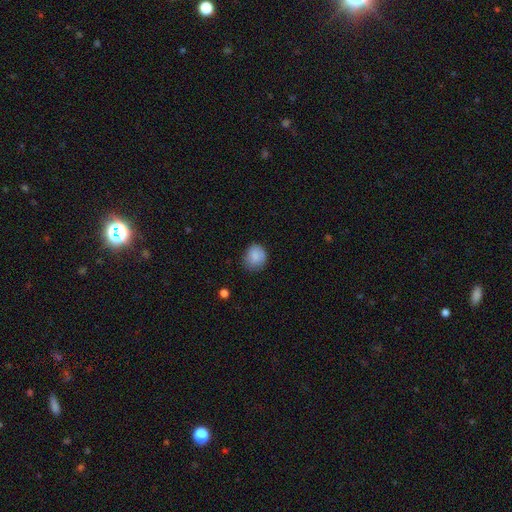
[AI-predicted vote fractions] Overall: smooth (85%). How rounded: round (74%). Merging: none (73%).